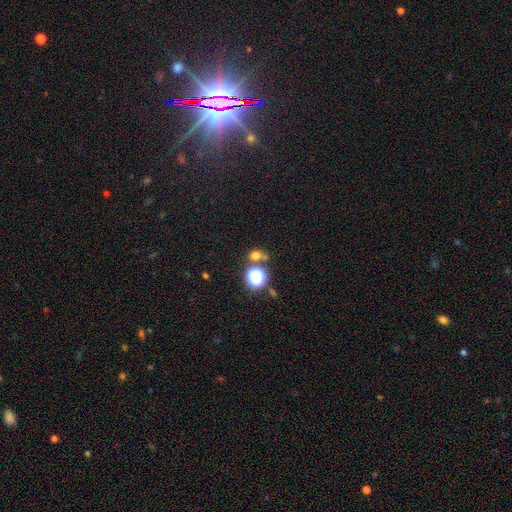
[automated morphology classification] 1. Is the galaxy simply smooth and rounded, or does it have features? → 64% smooth, 28% star or artifact, 8% featured or disk.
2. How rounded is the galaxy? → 70% round, 28% in between, 2% cigar-shaped.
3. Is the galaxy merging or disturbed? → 63% none, 21% merger, 11% minor disturbance, 5% major disturbance.